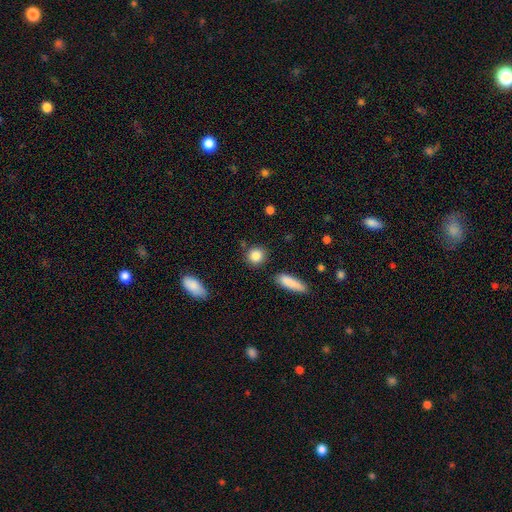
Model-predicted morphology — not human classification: smooth 86%, star or artifact 8%, featured or disk 5%. Down the decision tree: how rounded — round (82%); merging — none (83%).